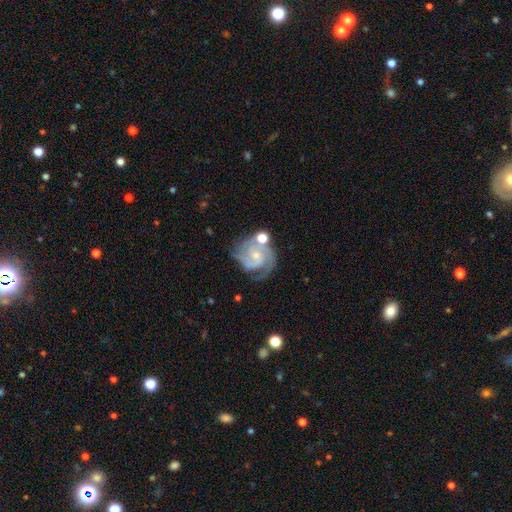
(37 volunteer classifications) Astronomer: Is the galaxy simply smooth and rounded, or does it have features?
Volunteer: featured or disk — 92%.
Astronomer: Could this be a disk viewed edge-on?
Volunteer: no — 100%.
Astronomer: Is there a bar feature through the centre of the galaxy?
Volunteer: no — 65%.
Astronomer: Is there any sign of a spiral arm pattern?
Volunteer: yes — 100%.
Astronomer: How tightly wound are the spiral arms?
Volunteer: tight — 76%.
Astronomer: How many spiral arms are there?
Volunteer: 2 — 41% (runner-up: 3, 32%).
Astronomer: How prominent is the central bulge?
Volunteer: small — 68%.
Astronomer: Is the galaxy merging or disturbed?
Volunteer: none — 60%.